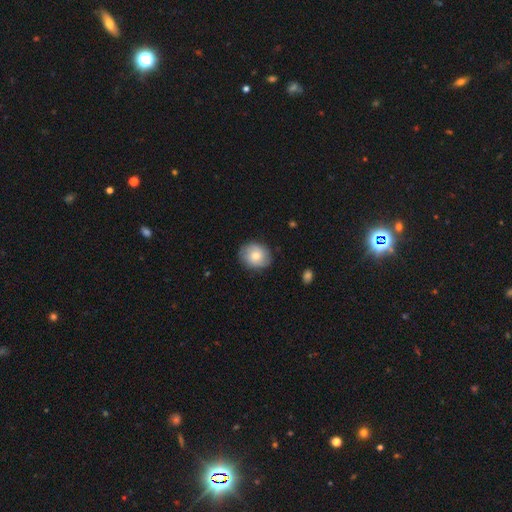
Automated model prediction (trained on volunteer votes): smooth_or_featured: smooth (p=0.66) [alt: featured or disk p=0.27]
how_rounded: round (p=0.71) [alt: in between p=0.28]
merging: none (p=0.83) [alt: minor disturbance p=0.13]